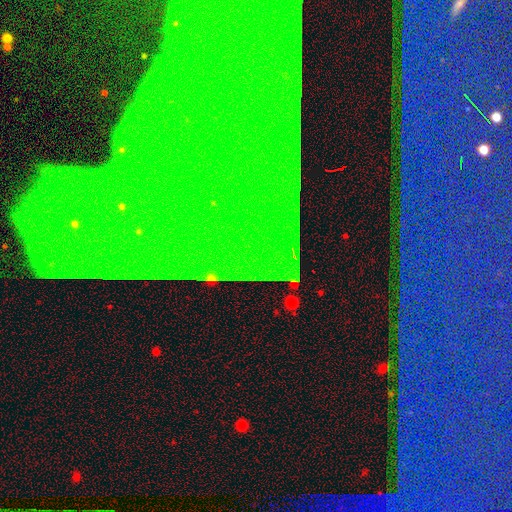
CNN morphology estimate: Smooth or featured? Predicted: star or artifact (p=0.84).